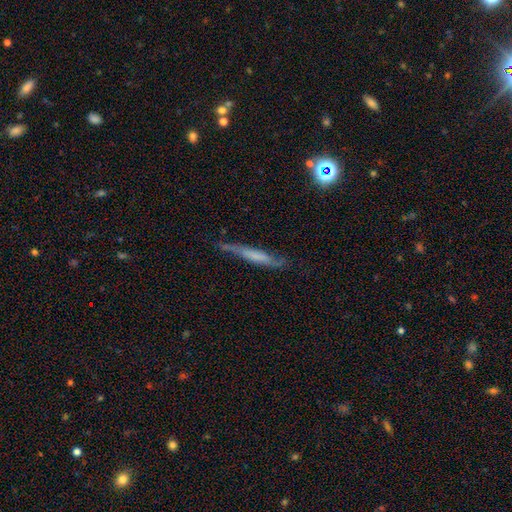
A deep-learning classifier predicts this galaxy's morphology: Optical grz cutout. It shows a featured or disk galaxy (51%) viewed edge-on (75%). Merging: none (65%).